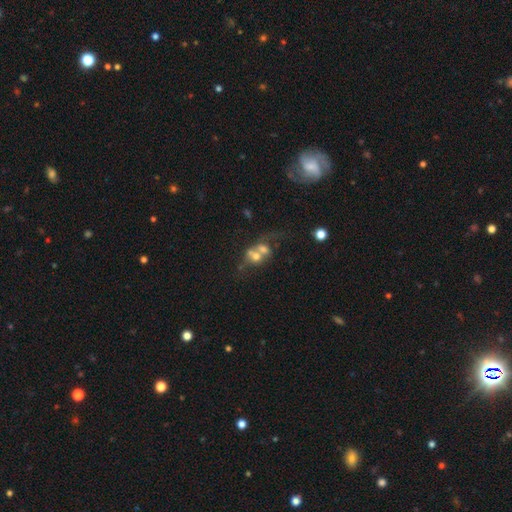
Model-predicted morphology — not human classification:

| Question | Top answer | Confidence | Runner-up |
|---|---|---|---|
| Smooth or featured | smooth | 53% | featured or disk (34%) |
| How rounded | round | 52% | in between (46%) |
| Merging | merger | 66% | none (18%) |